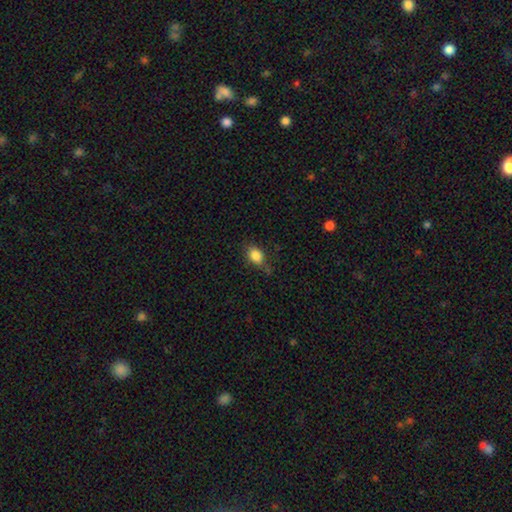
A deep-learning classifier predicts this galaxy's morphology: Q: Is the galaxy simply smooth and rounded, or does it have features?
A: smooth — 85%.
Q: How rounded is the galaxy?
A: in between — 78%.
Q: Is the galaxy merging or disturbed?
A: none — 69%.